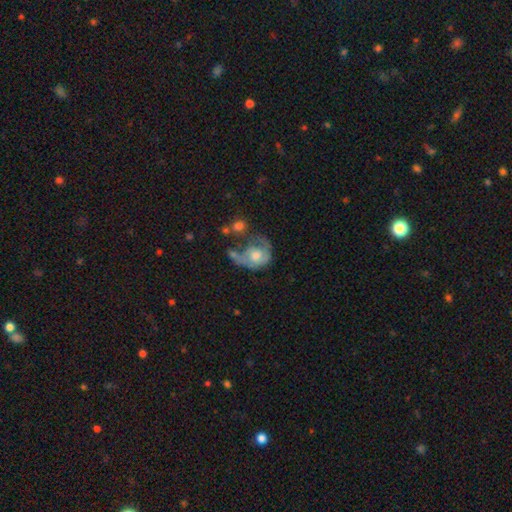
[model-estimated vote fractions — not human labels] Smooth or featured: featured or disk — 56% (smooth — 37%)
Edge-on disk: no — 97% (yes — 3%)
Bar: no — 83% (weak — 15%)
Spiral arms: yes — 58% (no — 42%)
Bulge size: moderate — 48% (large — 32%)
Merging: major disturbance — 40% (none — 21%)